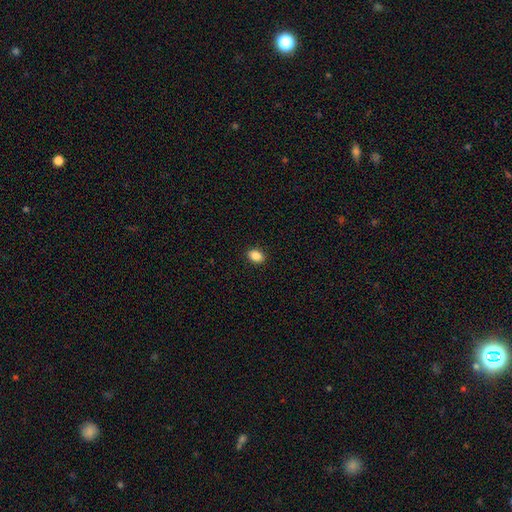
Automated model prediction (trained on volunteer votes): This is clearly a smooth galaxy (87%). How rounded: likely in between (72%). Merging: clearly none (91%).